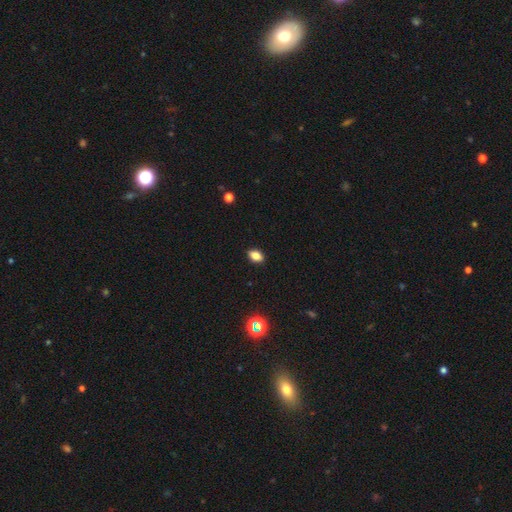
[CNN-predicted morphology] This appears to be a smooth galaxy with no disk features (81%) that is in between round and cigar-shaped (84%). Merging: none (89%).